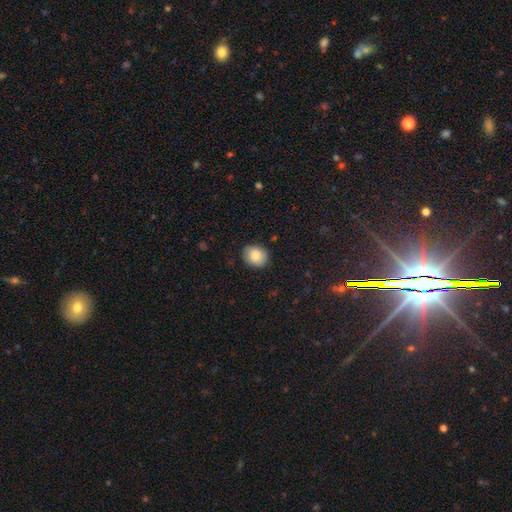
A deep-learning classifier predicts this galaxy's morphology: This appears to be a smooth galaxy with no disk features (84%) that is round (59%). Merging: none (86%).